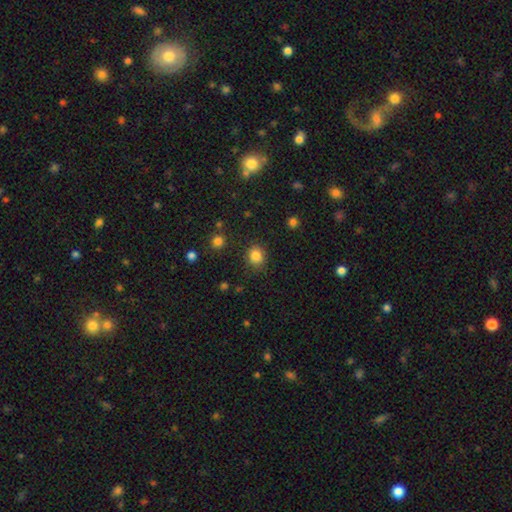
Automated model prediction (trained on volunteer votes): This is clearly a smooth galaxy (85%). How rounded: likely round (75%). Merging: clearly none (85%).